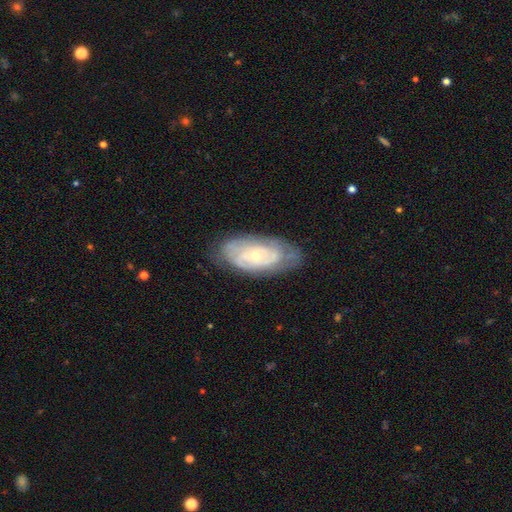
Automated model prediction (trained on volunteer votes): The model was most divided on "bulge size": small: 65%, moderate: 31%, large: 2%, none: 1%, dominant: 1%. More confident: edge-on disk — no (92%); bar — no (79%); spiral arms — yes (73%); smooth or featured — featured or disk (70%); merging — none (68%).